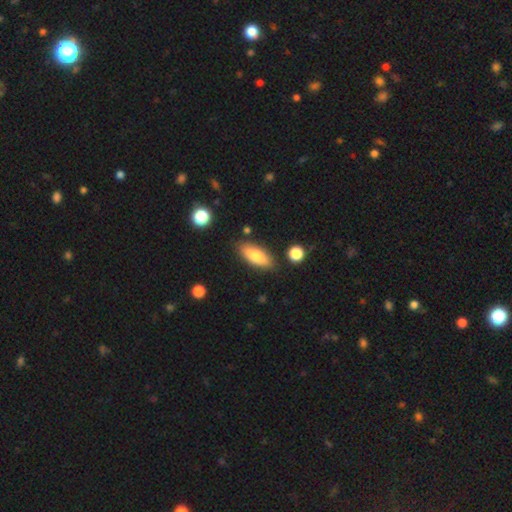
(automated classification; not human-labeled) smooth_or_featured: smooth (p=0.77) [alt: featured or disk p=0.17]
how_rounded: in between (p=0.70) [alt: cigar-shaped p=0.28]
merging: none (p=0.84) [alt: minor disturbance p=0.11]